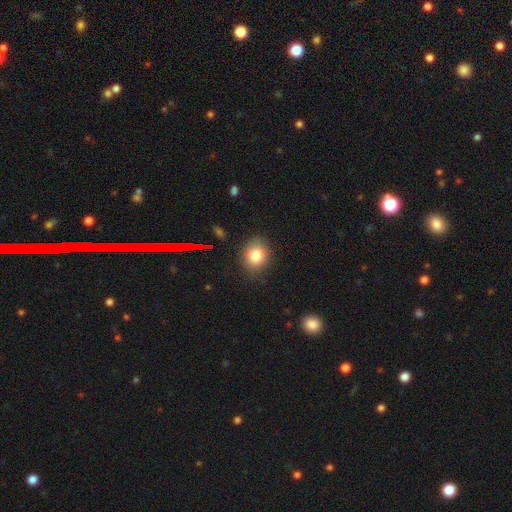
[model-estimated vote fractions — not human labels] smooth_or_featured: smooth (p=0.80) [alt: star or artifact p=0.12]
how_rounded: round (p=0.58) [alt: in between p=0.41]
merging: none (p=0.82) [alt: minor disturbance p=0.13]